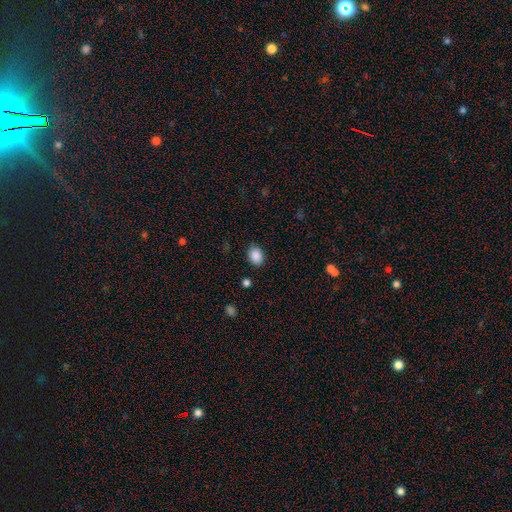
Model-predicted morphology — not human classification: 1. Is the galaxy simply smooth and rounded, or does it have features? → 88% smooth, 9% star or artifact, 3% featured or disk.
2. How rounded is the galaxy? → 60% in between, 39% round, 1% cigar-shaped.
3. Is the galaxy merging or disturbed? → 85% none, 10% minor disturbance, 3% major disturbance, 2% merger.